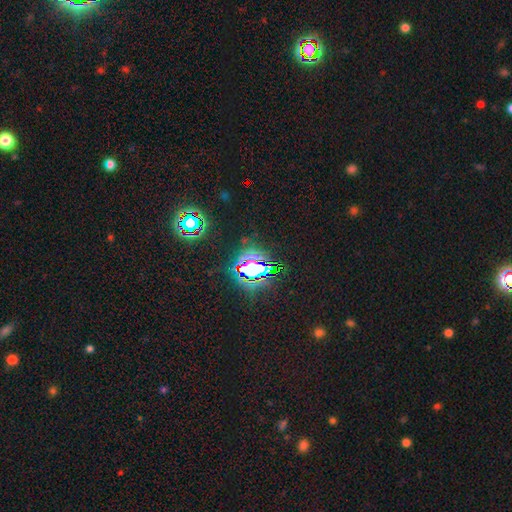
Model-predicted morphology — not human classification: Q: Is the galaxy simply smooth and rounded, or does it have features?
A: star or artifact — 82%.